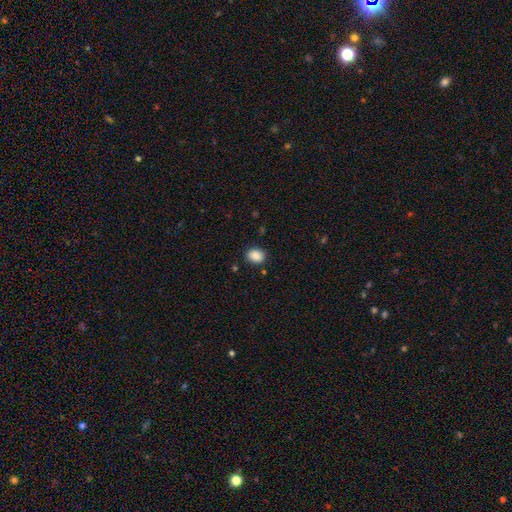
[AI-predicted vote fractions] smooth_or_featured: smooth (p=0.88) [alt: star or artifact p=0.08]
how_rounded: in between (p=0.56) [alt: round p=0.43]
merging: none (p=0.87) [alt: minor disturbance p=0.09]